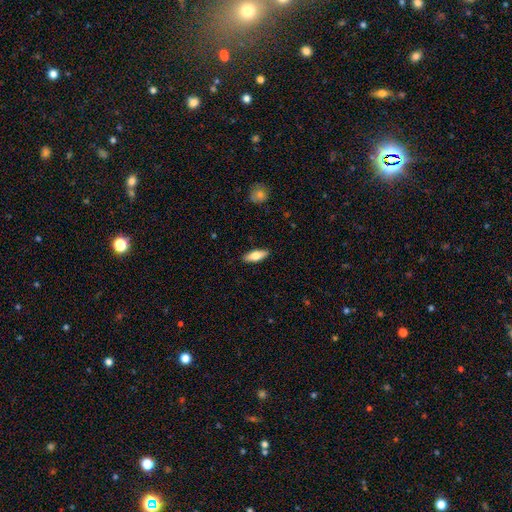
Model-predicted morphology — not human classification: The model was most divided on "how rounded": in between: 64%, cigar-shaped: 34%, round: 2%. More confident: merging — none (89%); smooth or featured — smooth (69%).